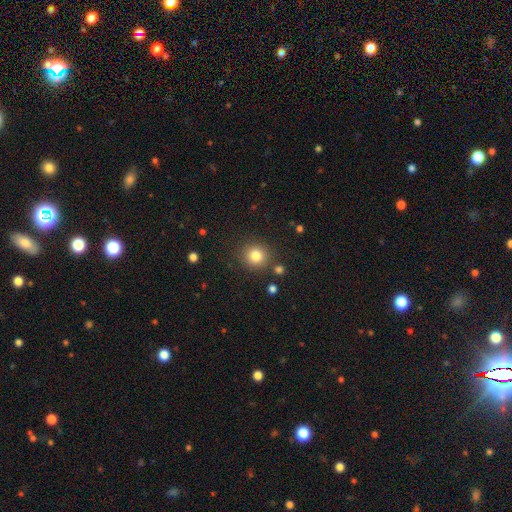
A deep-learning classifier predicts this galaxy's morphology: The model was most divided on "smooth or featured": smooth: 82%, star or artifact: 12%, featured or disk: 7%. More confident: how rounded — round (90%); merging — none (86%).